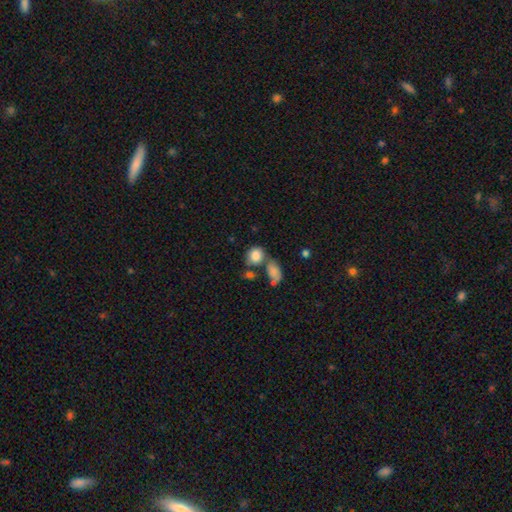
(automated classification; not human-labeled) This is clearly a smooth galaxy (84%). How rounded: possibly round (59%). Merging: possibly none (45%).